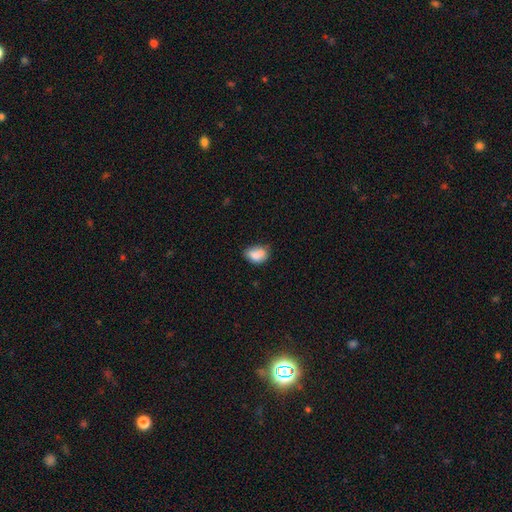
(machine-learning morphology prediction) Smooth or featured? Predicted: smooth (p=0.82). How rounded? Predicted: in between (p=0.77). Merging? Predicted: none (p=0.51).